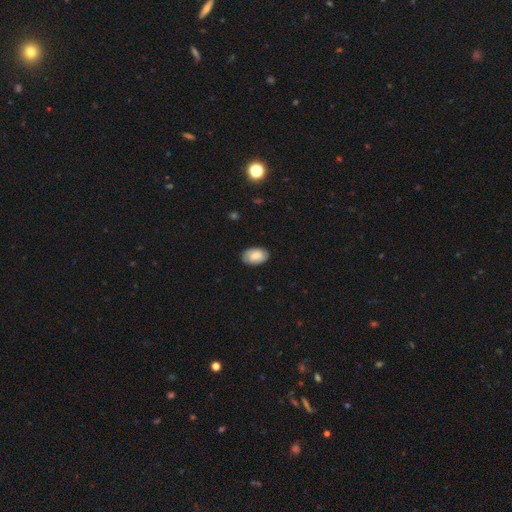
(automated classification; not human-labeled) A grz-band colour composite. It shows a smooth galaxy with no disk features (73%) that is in between round and cigar-shaped (91%). Merging: none (85%).